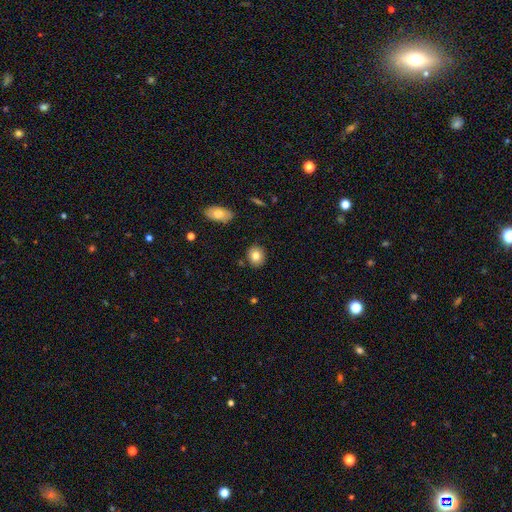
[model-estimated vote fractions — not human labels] The model was most divided on "how rounded": round: 63%, in between: 35%, cigar-shaped: 1%. More confident: merging — none (87%); smooth or featured — smooth (81%).